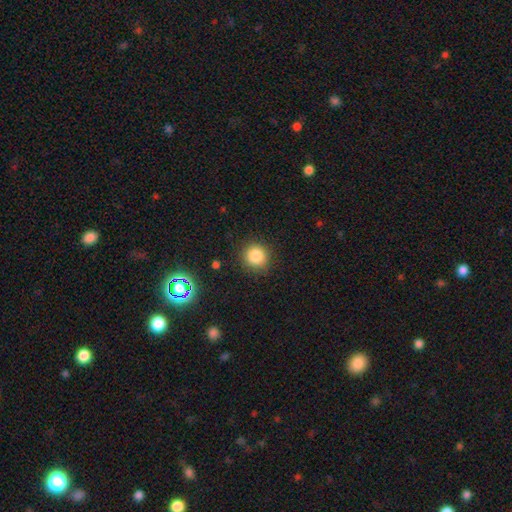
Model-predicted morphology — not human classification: Overall: smooth (83%). How rounded: round (92%). Merging: none (89%).